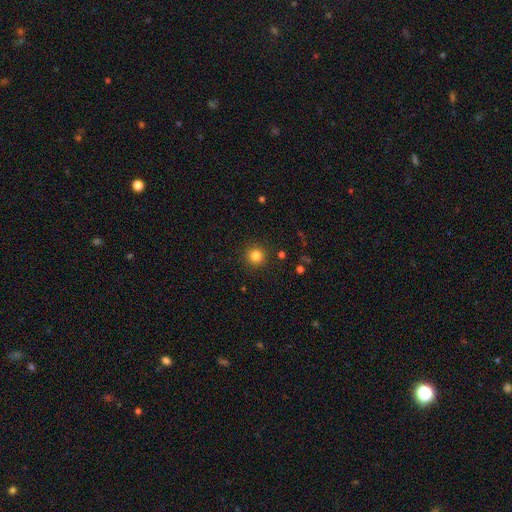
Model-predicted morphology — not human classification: smooth-or-featured: smooth: 82% | star or artifact: 13% | featured or disk: 5%
  how-rounded: round: 95% | in between: 5% | cigar-shaped: 1%
  merging: none: 91% | minor disturbance: 6% | major disturbance: 2% | merger: 1%